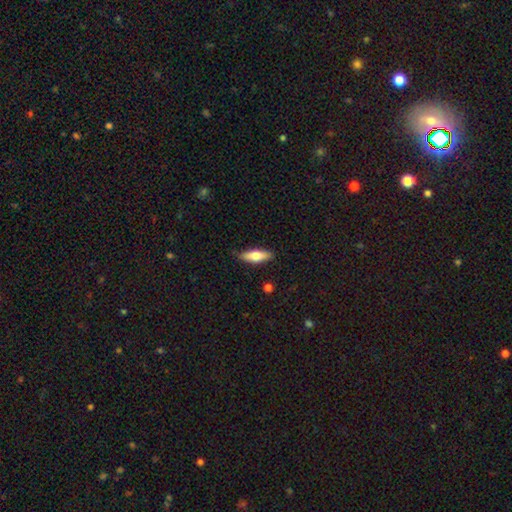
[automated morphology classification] Smooth or featured? smooth (69%)
How rounded? in between (54%)
Merging? none (86%)